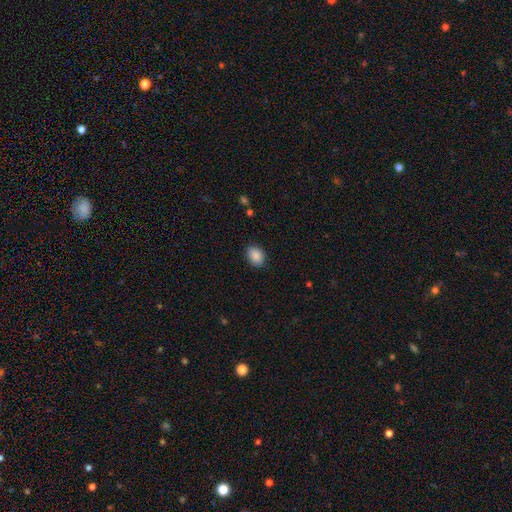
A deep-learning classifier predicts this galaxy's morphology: smooth-or-featured: smooth: 89% | star or artifact: 8% | featured or disk: 3%
  how-rounded: in between: 69% | round: 30% | cigar-shaped: 1%
  merging: none: 87% | minor disturbance: 10% | major disturbance: 2% | merger: 1%